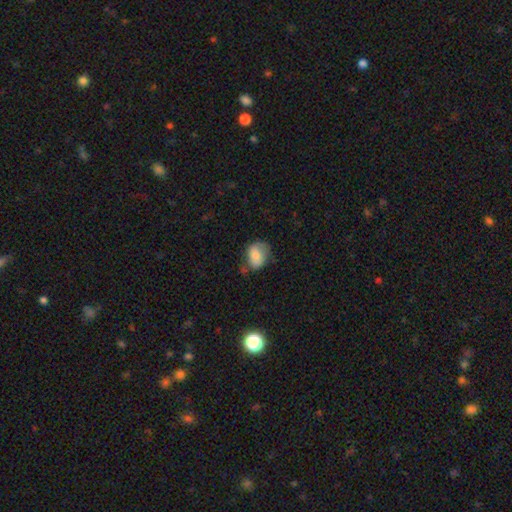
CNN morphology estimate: Smooth or featured? Predicted: smooth (p=0.74). How rounded? Predicted: in between (p=0.68). Merging? Predicted: none (p=0.44).